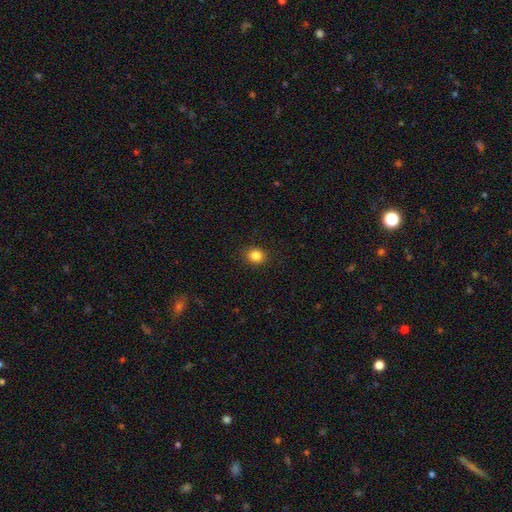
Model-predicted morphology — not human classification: This appears to be a smooth galaxy with no disk features (84%) that is round (78%). Merging: none (88%).